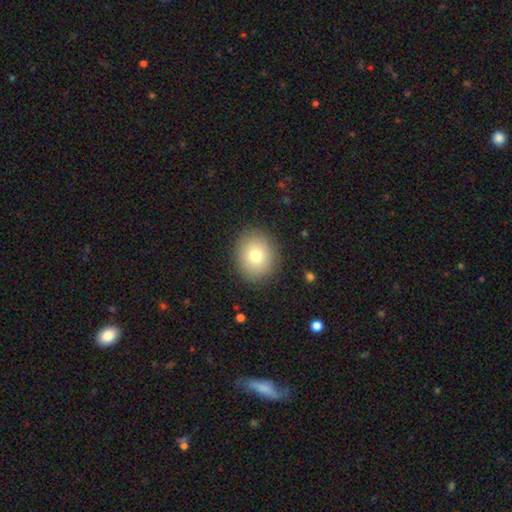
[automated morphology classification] This appears to be a smooth galaxy with no disk features (77%) that is round (77%). Merging: none (89%).